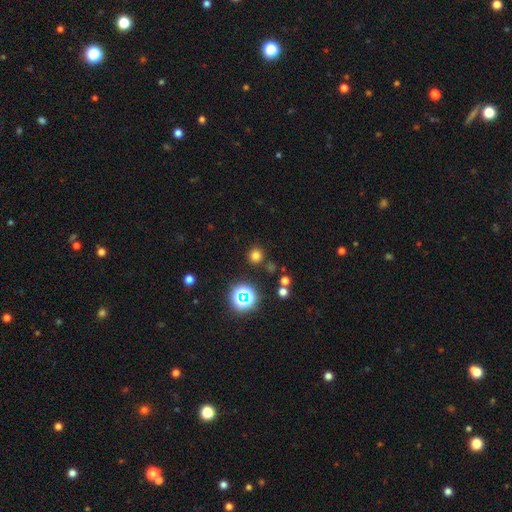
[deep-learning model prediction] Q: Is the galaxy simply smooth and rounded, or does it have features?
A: smooth — 70%.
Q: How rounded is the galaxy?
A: round — 92%.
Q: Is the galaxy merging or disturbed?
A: none — 85%.